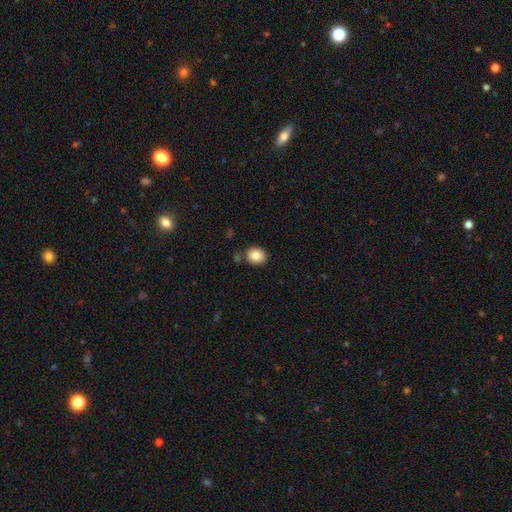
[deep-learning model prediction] Smooth or featured?
  - smooth: 84% *
  - star or artifact: 9%
  - featured or disk: 7%
How rounded?
  - round: 71% *
  - in between: 29%
  - cigar-shaped: 1%
Merging?
  - none: 82% *
  - minor disturbance: 10%
  - merger: 6%
  - major disturbance: 2%